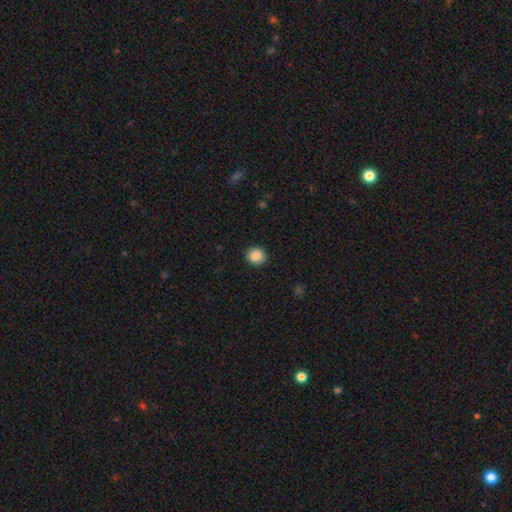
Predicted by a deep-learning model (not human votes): The model was most divided on "how rounded": round: 87%, in between: 12%, cigar-shaped: 1%. More confident: merging — none (92%); smooth or featured — smooth (87%).